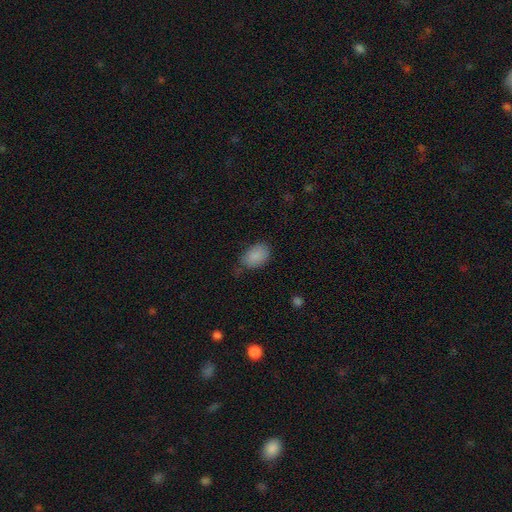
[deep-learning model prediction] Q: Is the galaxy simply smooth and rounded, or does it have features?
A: smooth — 87%.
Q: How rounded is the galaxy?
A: in between — 87%.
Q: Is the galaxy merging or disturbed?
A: none — 57%.